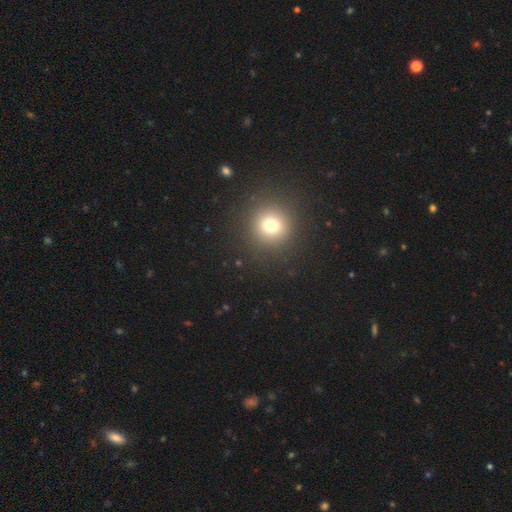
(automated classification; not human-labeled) The model was most divided on "smooth or featured": smooth: 64%, star or artifact: 30%, featured or disk: 6%. More confident: how rounded — round (94%); merging — none (93%).